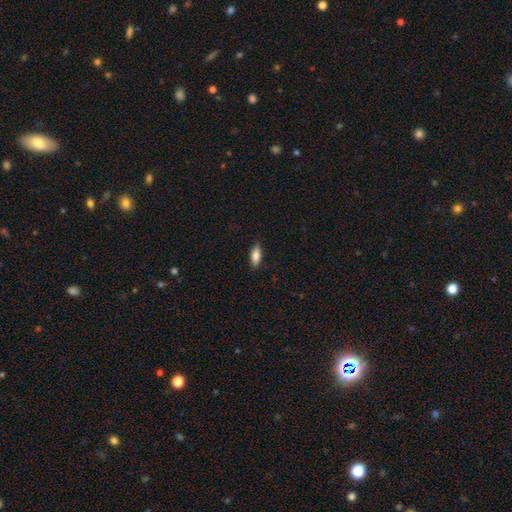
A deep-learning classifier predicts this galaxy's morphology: The model was most divided on "how rounded": in between: 77%, cigar-shaped: 21%, round: 2%. More confident: merging — none (87%); smooth or featured — smooth (83%).